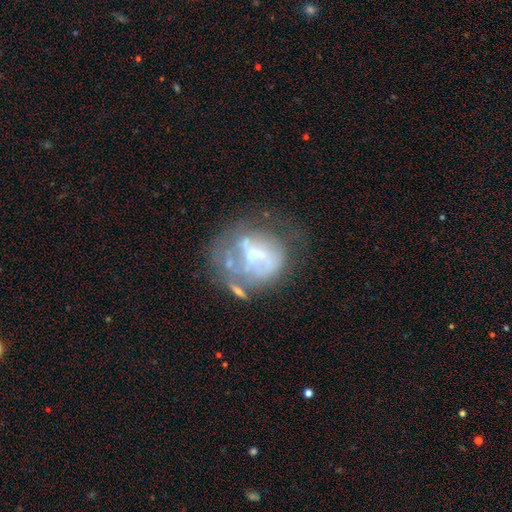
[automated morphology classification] A featured or disk galaxy (64%) with no bar (60%), no spiral arms (70%) and a moderate central bulge (34%).

Vote fractions:
- Smooth or featured? featured or disk: 64% / smooth: 25% / star or artifact: 12%
- Edge-on disk? no: 97% / yes: 3%
- Bar? no: 60% / weak: 30% / strong: 10%
- Spiral arms? no: 70% / yes: 30%
- Bulge size? moderate: 34% / small: 30% / none: 28% / large: 6% / dominant: 2%
- Merging? none: 36% / major disturbance: 31% / minor disturbance: 20% / merger: 13%